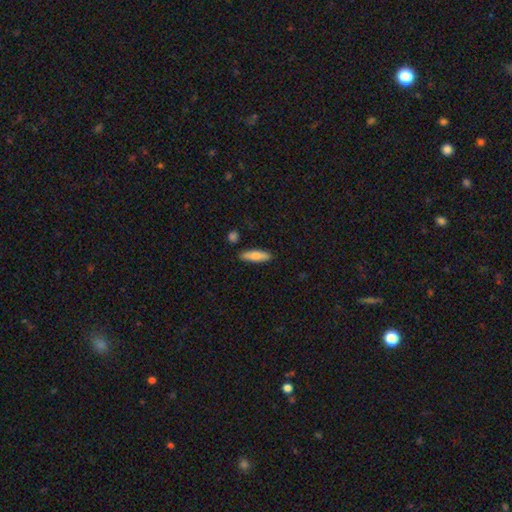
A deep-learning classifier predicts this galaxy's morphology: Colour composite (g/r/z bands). It shows a smooth galaxy with no disk features (77%) that is cigar-shaped (60%). Merging: none (87%).